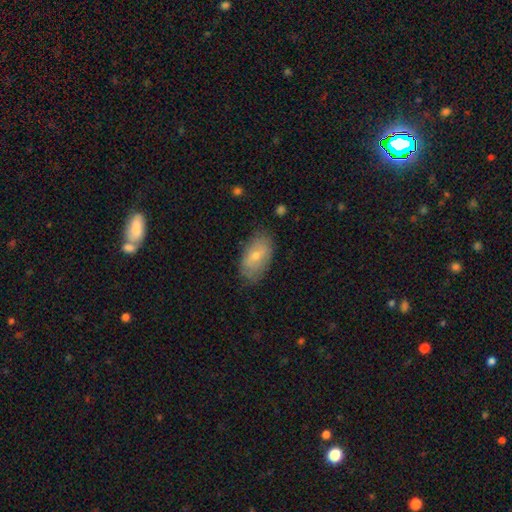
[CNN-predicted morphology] The model was most divided on "smooth or featured": smooth: 64%, featured or disk: 29%, star or artifact: 8%. More confident: how rounded — in between (92%); merging — none (76%).